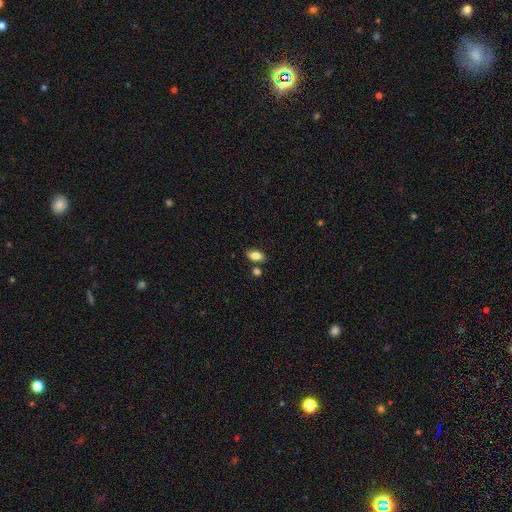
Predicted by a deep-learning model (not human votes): Smooth or featured? Predicted: smooth (p=0.84). How rounded? Predicted: in between (p=0.89). Merging? Predicted: none (p=0.75).